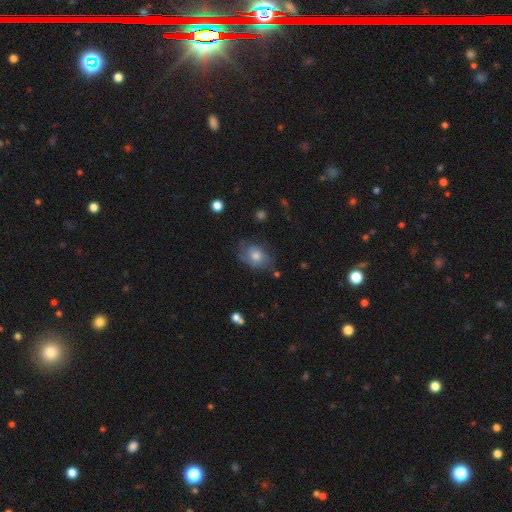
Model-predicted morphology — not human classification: Overall: smooth (52%; featured or disk 37%). How rounded: in between (71%). Merging: none (62%; minor disturbance 26%).